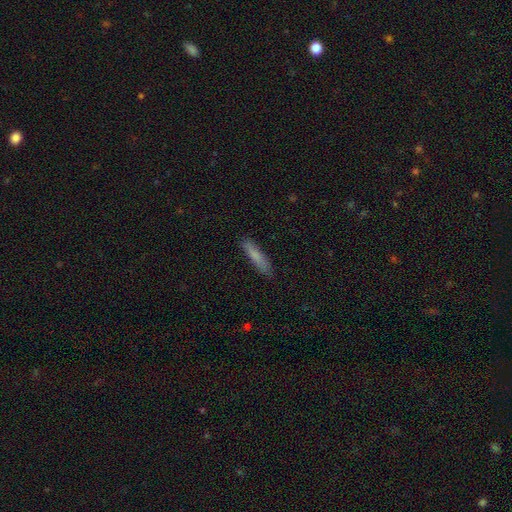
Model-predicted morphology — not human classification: smooth-or-featured: smooth: 79% | featured or disk: 15% | star or artifact: 6%
  how-rounded: cigar-shaped: 85% | in between: 13% | round: 1%
  merging: none: 86% | minor disturbance: 11% | major disturbance: 2% | merger: 1%